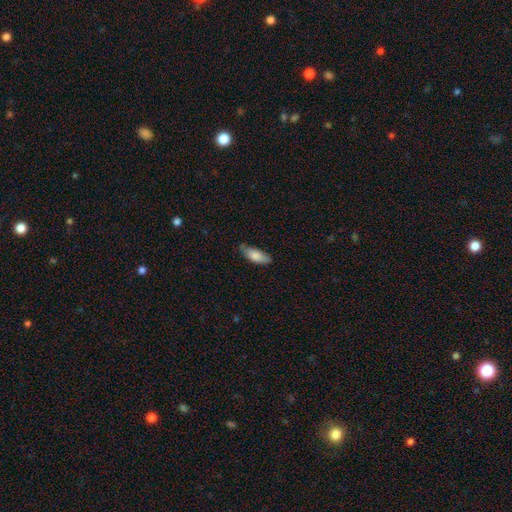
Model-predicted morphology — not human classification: Smooth or featured?
  - smooth: 81% *
  - featured or disk: 13%
  - star or artifact: 6%
How rounded?
  - in between: 75% *
  - cigar-shaped: 23%
  - round: 2%
Merging?
  - none: 67% *
  - minor disturbance: 27%
  - major disturbance: 4%
  - merger: 2%